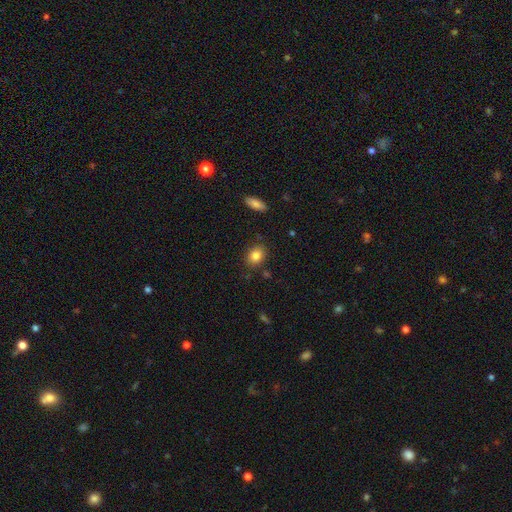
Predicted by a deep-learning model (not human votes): Overall: smooth (84%). How rounded: in between (61%; round 37%). Merging: none (85%).